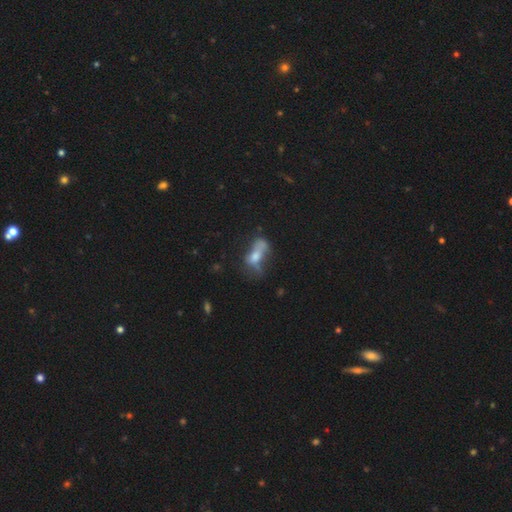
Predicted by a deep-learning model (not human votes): smooth 49%, featured or disk 36%, star or artifact 15%. Down the decision tree: merging — major disturbance (35%).